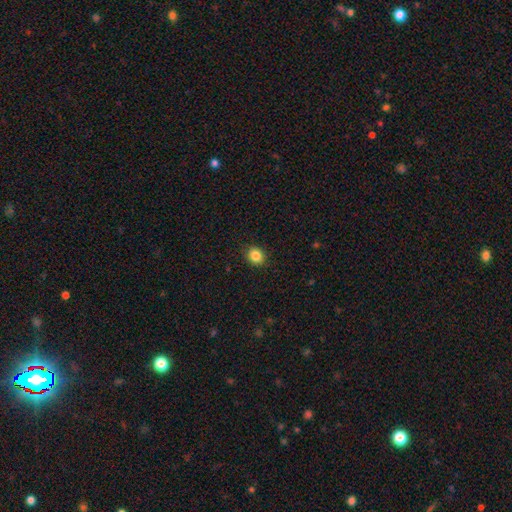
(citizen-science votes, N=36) This appears to be a smooth galaxy with no disk features (92%) that is round (64%). Merging: none (89%).